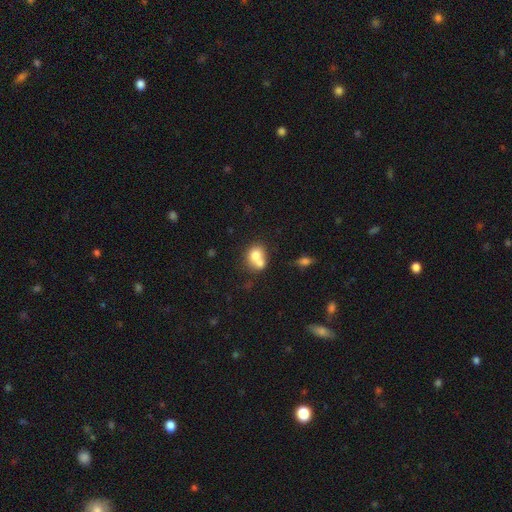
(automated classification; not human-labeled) smooth-or-featured: smooth: 72% | featured or disk: 18% | star or artifact: 10%
  how-rounded: round: 60% | in between: 39% | cigar-shaped: 1%
  merging: merger: 58% | none: 29% | minor disturbance: 9% | major disturbance: 4%